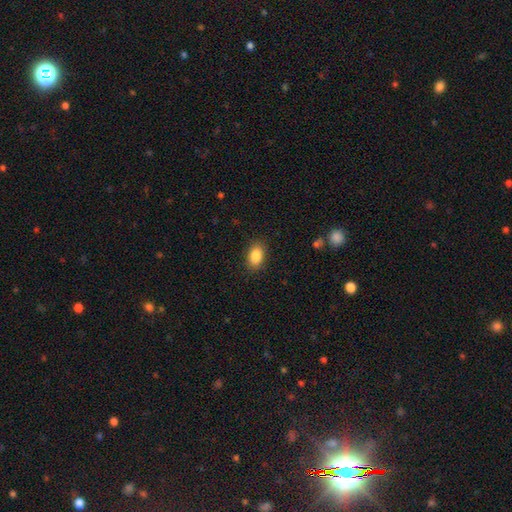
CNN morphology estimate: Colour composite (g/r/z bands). It shows a smooth galaxy with no disk features (87%) that is in between round and cigar-shaped (89%). Merging: none (88%).